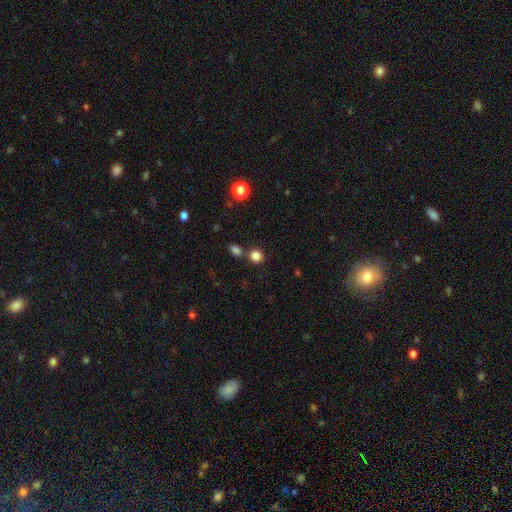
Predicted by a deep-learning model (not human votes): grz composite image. It shows a smooth galaxy with no disk features (83%) that is round (85%). Merging: none (75%).